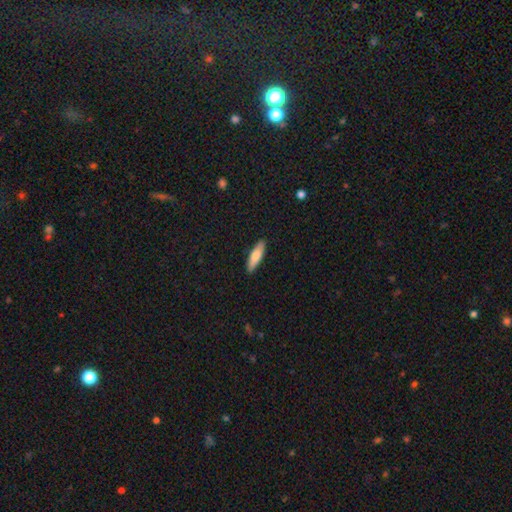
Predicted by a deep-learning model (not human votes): Overall: smooth (73%). How rounded: cigar-shaped (60%; in between 38%). Merging: none (90%).